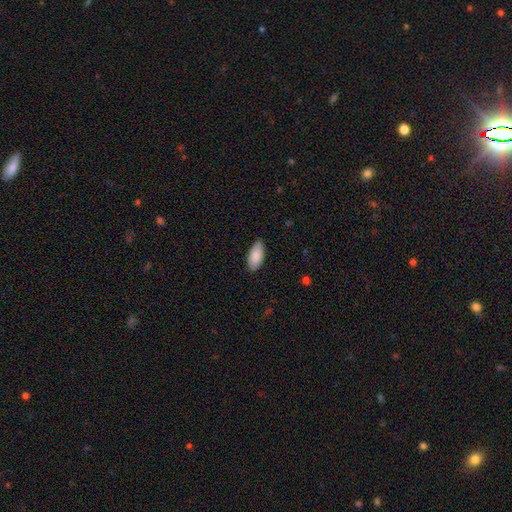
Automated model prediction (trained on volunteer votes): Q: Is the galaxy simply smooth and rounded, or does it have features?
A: smooth — 88%.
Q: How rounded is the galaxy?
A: in between — 91%.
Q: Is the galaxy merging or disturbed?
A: none — 86%.